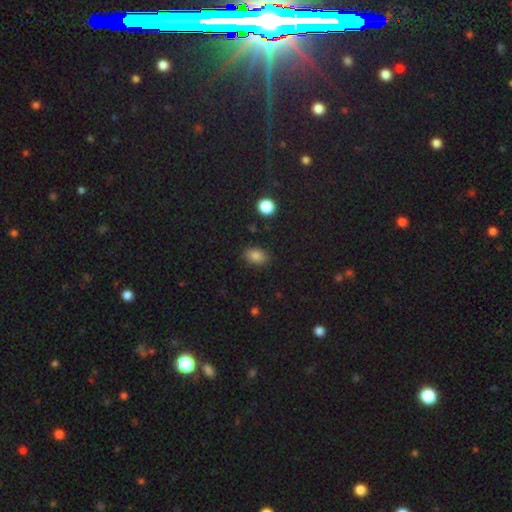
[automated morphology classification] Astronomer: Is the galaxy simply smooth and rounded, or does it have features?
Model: smooth — 85%.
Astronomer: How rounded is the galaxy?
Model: in between — 82%.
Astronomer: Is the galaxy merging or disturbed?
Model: none — 85%.